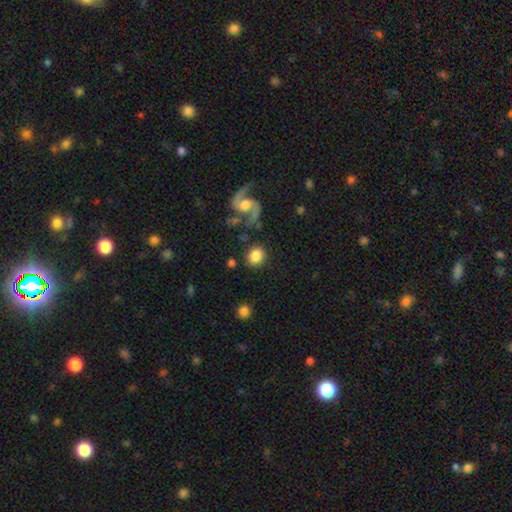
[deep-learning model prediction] A smooth galaxy with no disk features (78%) that is round (72%).

Vote fractions:
- Smooth or featured? smooth: 78% / featured or disk: 14% / star or artifact: 7%
- How rounded? round: 72% / in between: 27% / cigar-shaped: 1%
- Merging? none: 80% / minor disturbance: 10% / merger: 6% / major disturbance: 5%